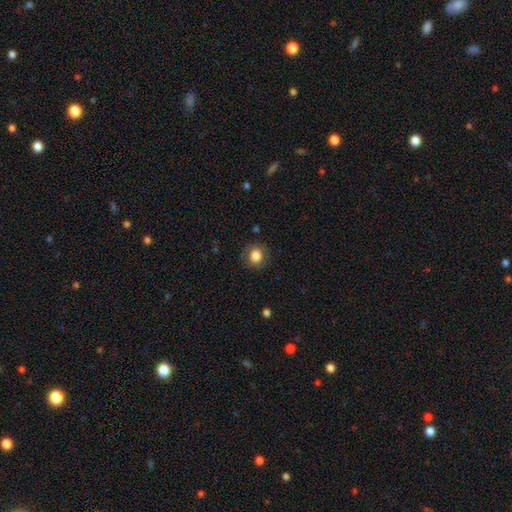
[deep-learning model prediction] Morphology: type=smooth (81%); roundness=round (84%); merging=none (83%).